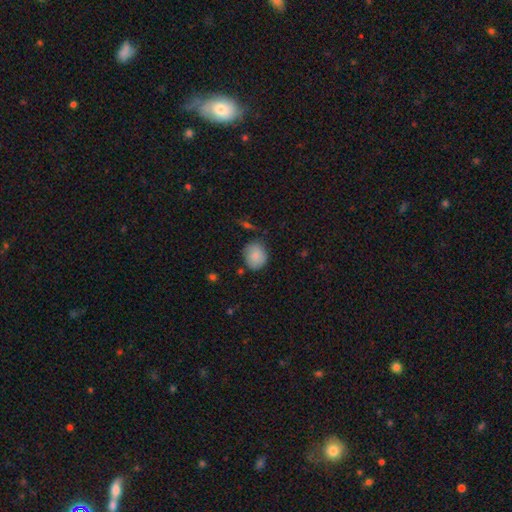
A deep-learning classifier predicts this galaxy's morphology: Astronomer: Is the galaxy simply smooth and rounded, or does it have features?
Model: smooth — 85%.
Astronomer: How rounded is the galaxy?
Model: round — 71%.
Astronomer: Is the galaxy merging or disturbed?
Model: none — 72%.